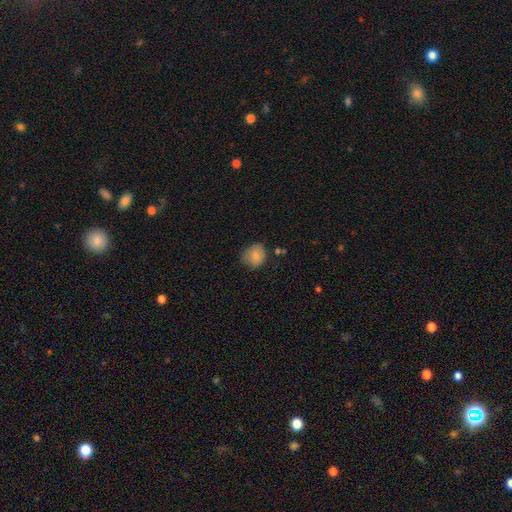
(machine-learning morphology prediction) Overall: smooth (79%). How rounded: round (71%). Merging: none (66%).